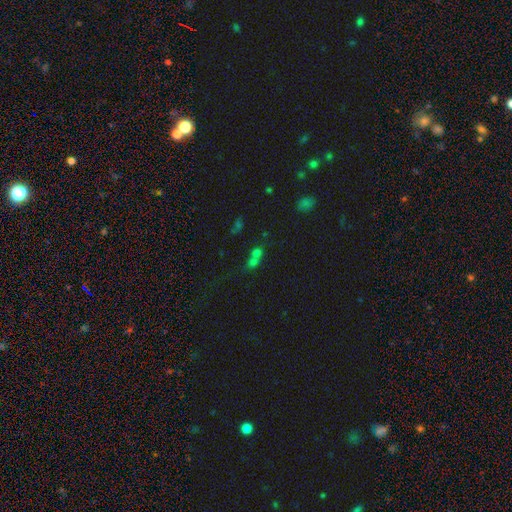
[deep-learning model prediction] Smooth or featured: smooth — 59% (star or artifact — 25%)
How rounded: round — 70% (in between — 28%)
Merging: merger — 63% (none — 27%)